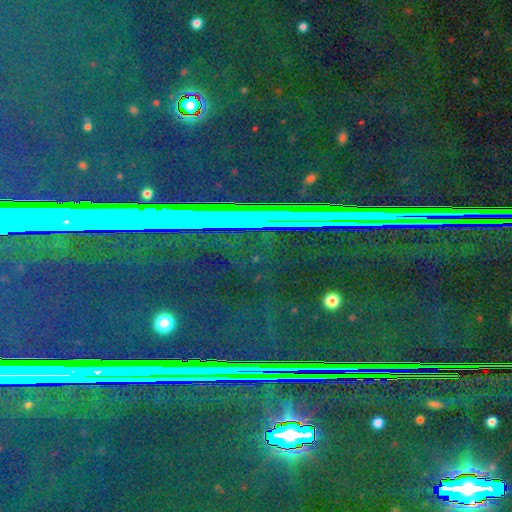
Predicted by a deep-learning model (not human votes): This appears to be a star or artifact, not a galaxy (84%).